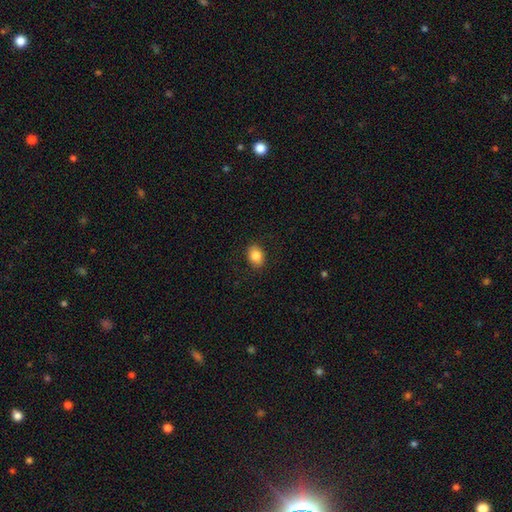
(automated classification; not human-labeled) A smooth galaxy with no disk features (85%) that is in between round and cigar-shaped (64%). Merging: none (87%).